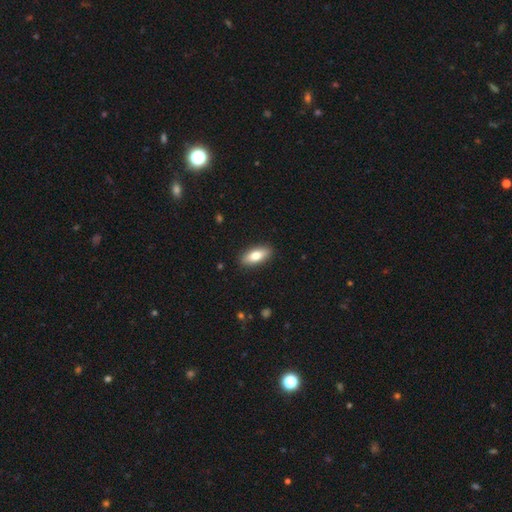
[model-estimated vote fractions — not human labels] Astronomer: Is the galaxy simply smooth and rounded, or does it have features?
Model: smooth — 77%.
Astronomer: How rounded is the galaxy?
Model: in between — 81%.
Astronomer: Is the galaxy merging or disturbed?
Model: none — 90%.